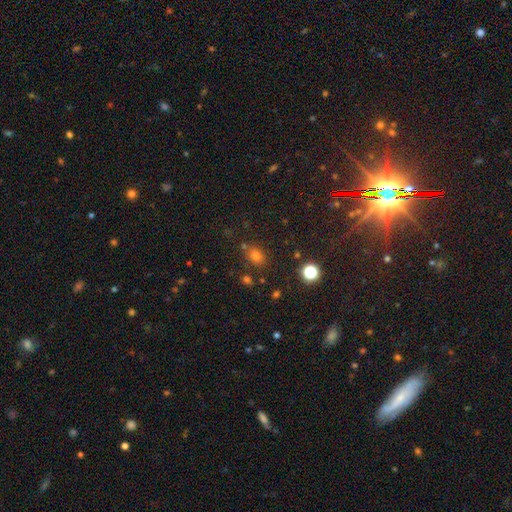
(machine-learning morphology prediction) A smooth galaxy with no disk features (68%) that is in between round and cigar-shaped (56%).

Vote fractions:
- Smooth or featured? smooth: 68% / star or artifact: 24% / featured or disk: 8%
- How rounded? in between: 56% / round: 43% / cigar-shaped: 1%
- Merging? none: 75% / minor disturbance: 12% / merger: 9% / major disturbance: 4%